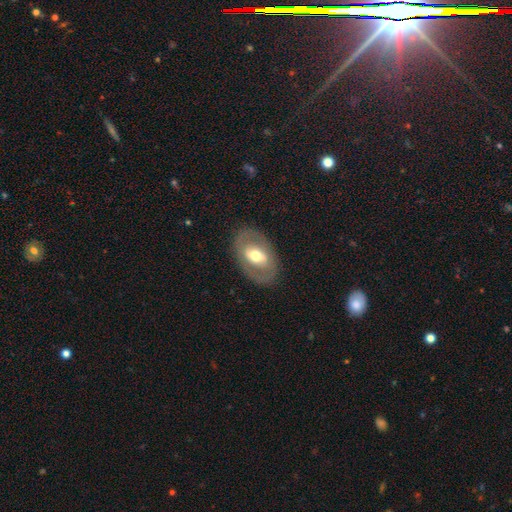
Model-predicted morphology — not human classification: Smooth or featured? featured or disk (54%)
Edge-on disk? no (90%)
Merging? none (82%)